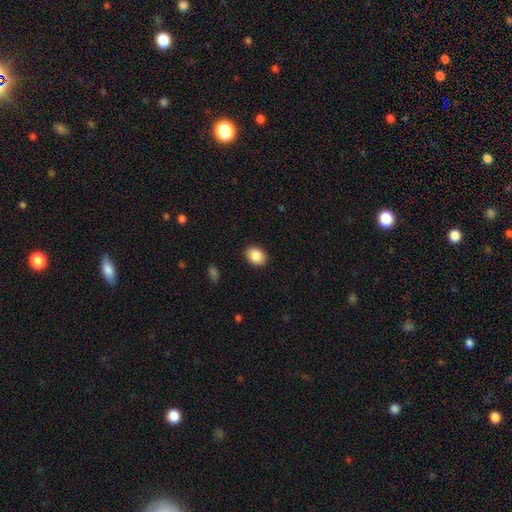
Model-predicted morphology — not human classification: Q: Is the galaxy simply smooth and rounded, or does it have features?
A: smooth — 87%.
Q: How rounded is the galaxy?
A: in between — 71%.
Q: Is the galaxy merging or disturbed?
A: none — 89%.